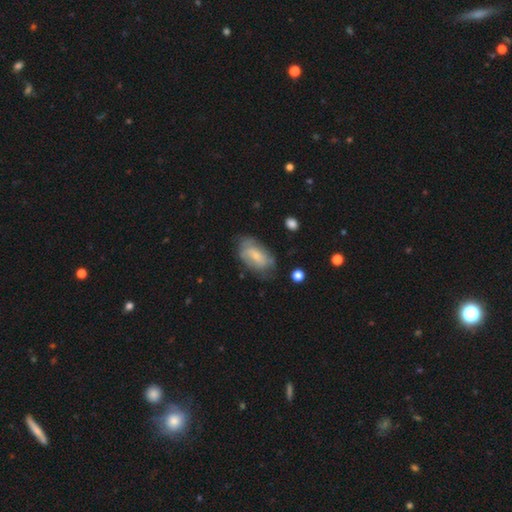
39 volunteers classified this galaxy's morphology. A smooth galaxy with no disk features (62%) that is in between round and cigar-shaped (88%). Merging: none (64%).